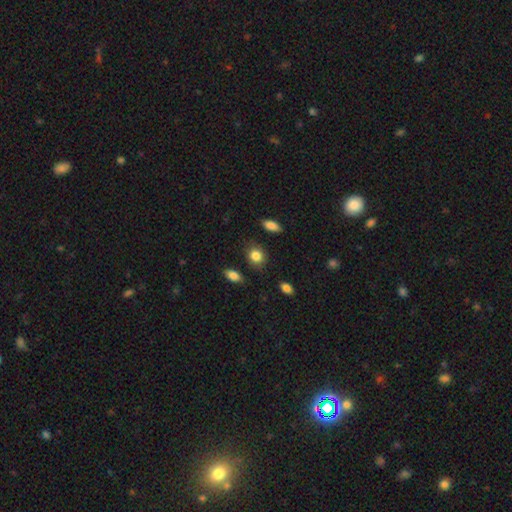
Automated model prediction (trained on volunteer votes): This appears to be a smooth galaxy with no disk features (85%) that is round (57%). Merging: none (83%).